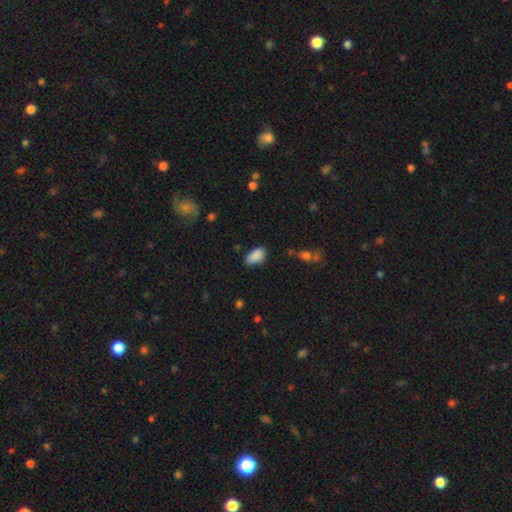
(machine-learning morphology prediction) The model was most divided on "merging": none: 73%, minor disturbance: 21%, major disturbance: 4%, merger: 2%. More confident: how rounded — in between (93%); smooth or featured — smooth (88%).